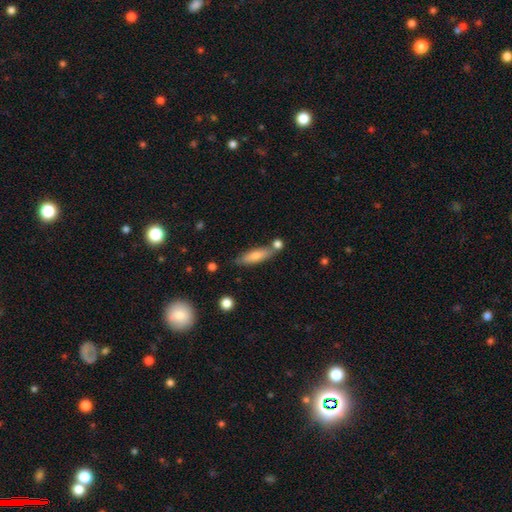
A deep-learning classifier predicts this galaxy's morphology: Overall: smooth (72%). How rounded: cigar-shaped (63%; in between 35%). Merging: none (66%).